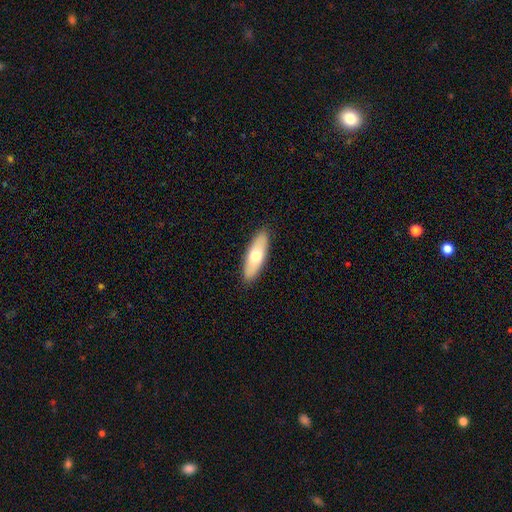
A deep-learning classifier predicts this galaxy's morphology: The model was most divided on "how rounded": in between: 56%, cigar-shaped: 42%, round: 2%. More confident: merging — none (90%); smooth or featured — smooth (66%).